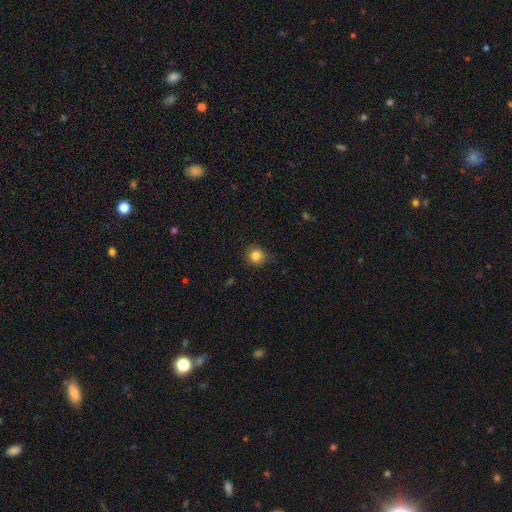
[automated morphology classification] smooth 84%, star or artifact 11%, featured or disk 5%. Down the decision tree: how rounded — round (91%); merging — none (86%).